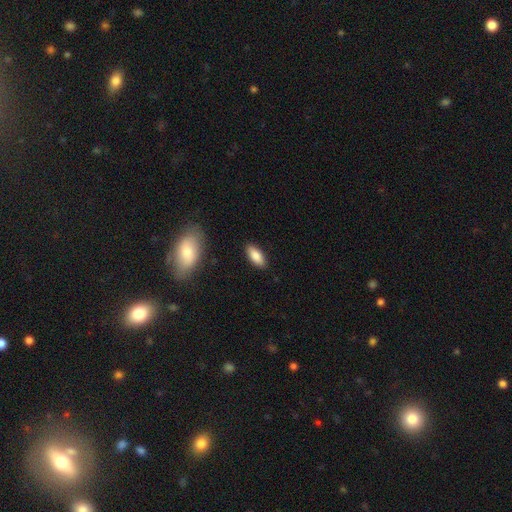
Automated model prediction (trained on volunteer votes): smooth 85%, featured or disk 9%, star or artifact 6%. Down the decision tree: how rounded — in between (84%); merging — none (87%).